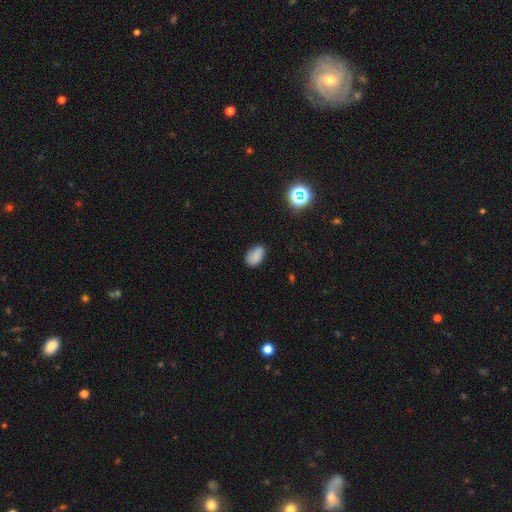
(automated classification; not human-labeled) Smooth or featured? smooth (80%)
How rounded? in between (89%)
Merging? none (74%)